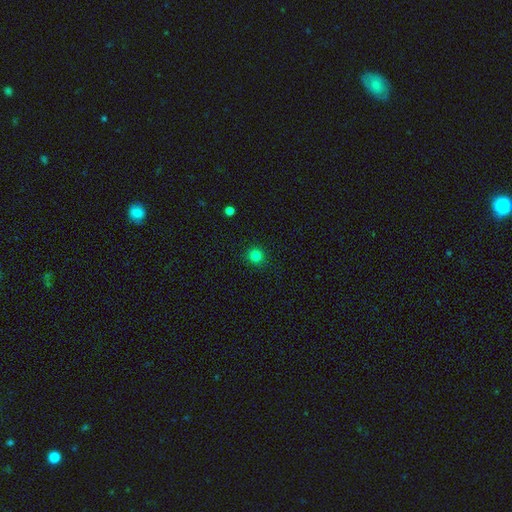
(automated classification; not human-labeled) smooth-or-featured: smooth: 82% | star or artifact: 14% | featured or disk: 4%
  how-rounded: round: 94% | in between: 5% | cigar-shaped: 1%
  merging: none: 91% | minor disturbance: 6% | major disturbance: 2% | merger: 1%